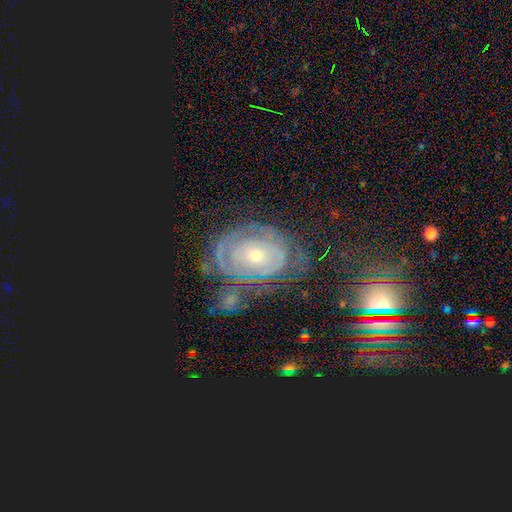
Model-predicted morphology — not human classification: Smooth or featured: featured or disk — 79% (smooth — 13%)
Edge-on disk: no — 96% (yes — 4%)
Bar: no — 83% (weak — 13%)
Spiral arms: yes — 80% (no — 20%)
Spiral winding: tight — 79% (medium — 15%)
Spiral arm count: can't tell — 52% (2 — 19%)
Bulge size: small — 60% (moderate — 35%)
Merging: none — 57% (minor disturbance — 20%)